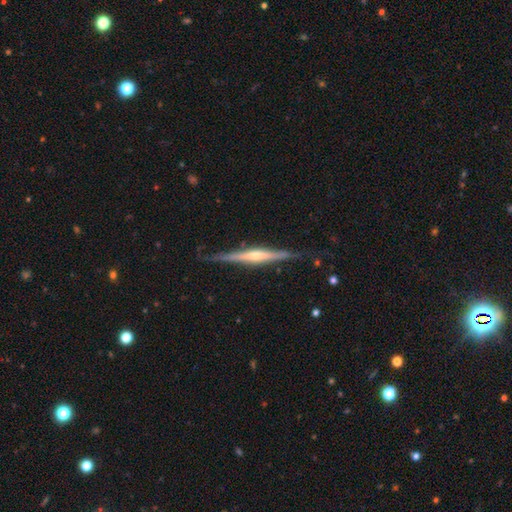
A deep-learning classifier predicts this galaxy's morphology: The model was most divided on "edge-on bulge": rounded: 60%, none: 26%, boxy: 14%. More confident: edge-on disk — yes (98%); merging — none (83%); smooth or featured — featured or disk (78%).